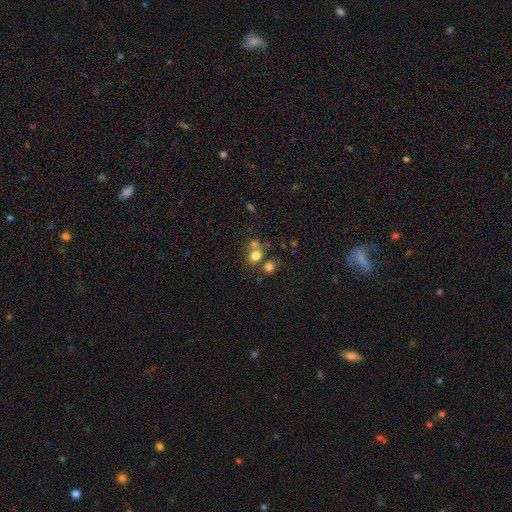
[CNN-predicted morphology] type=smooth (74%); roundness=round (67%); merging=none (46%).